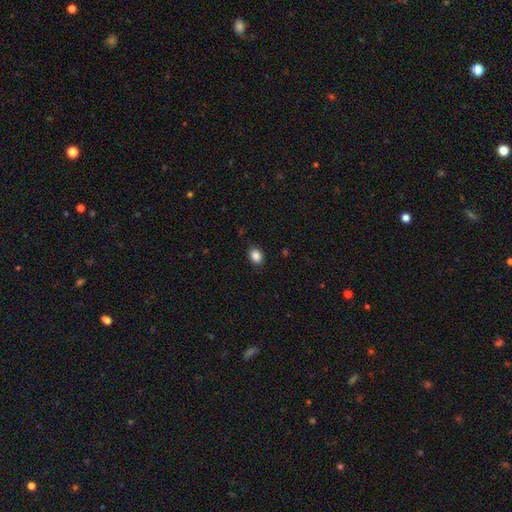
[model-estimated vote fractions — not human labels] smooth-or-featured: smooth: 87% | star or artifact: 9% | featured or disk: 4%
  how-rounded: in between: 68% | round: 31% | cigar-shaped: 1%
  merging: none: 88% | minor disturbance: 9% | major disturbance: 2% | merger: 1%